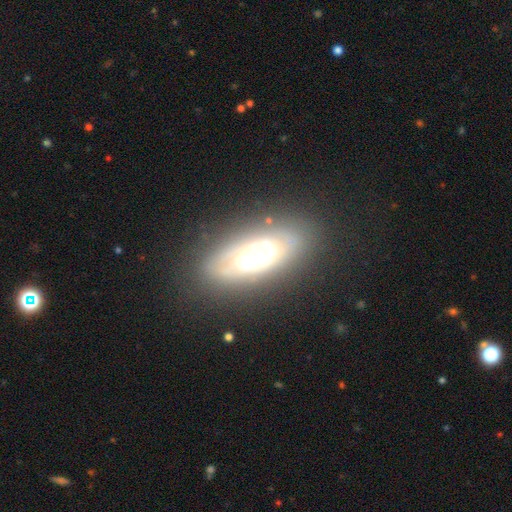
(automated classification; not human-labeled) Smooth or featured?
  - featured or disk: 63% *
  - smooth: 28%
  - star or artifact: 9%
Edge-on disk?
  - no: 78% *
  - yes: 22%
Merging?
  - none: 76% *
  - minor disturbance: 16%
  - major disturbance: 6%
  - merger: 2%